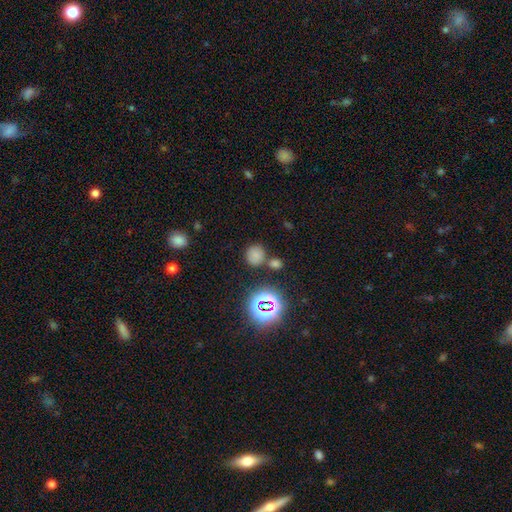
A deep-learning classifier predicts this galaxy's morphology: Q: Smooth or featured?
A: smooth (70%); runner-up: star or artifact (23%)
Q: How rounded?
A: round (81%); runner-up: in between (18%)
Q: Merging?
A: none (70%); runner-up: merger (15%)